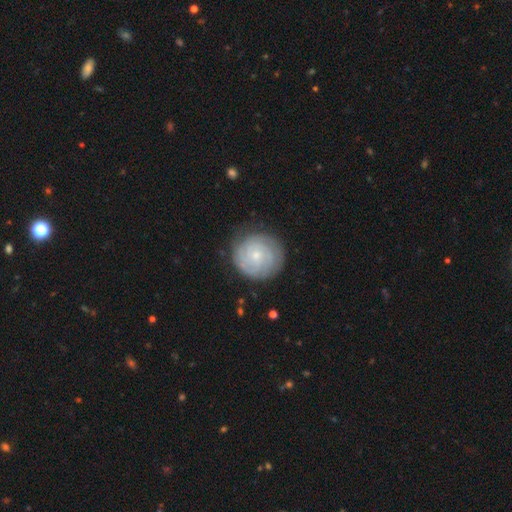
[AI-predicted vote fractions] featured or disk 72%, smooth 21%, star or artifact 6%. Down the decision tree: edge-on disk — no (98%); bar — no (76%); spiral arms — yes (94%); spiral arm count — can't tell (34%); spiral winding — tight (81%); bulge size — small (72%); merging — none (82%).